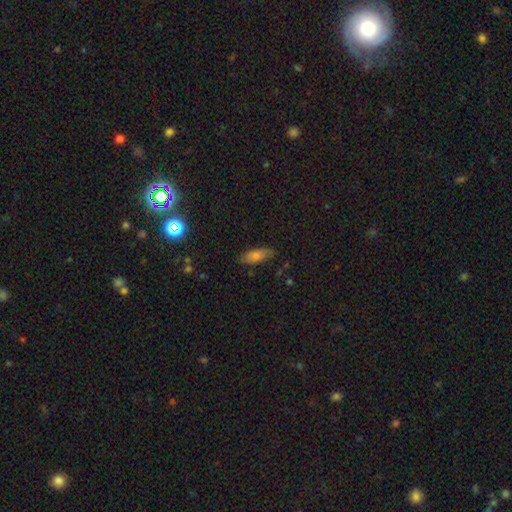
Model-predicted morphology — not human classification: Overall: smooth (66%). How rounded: in between (80%). Merging: none (79%).